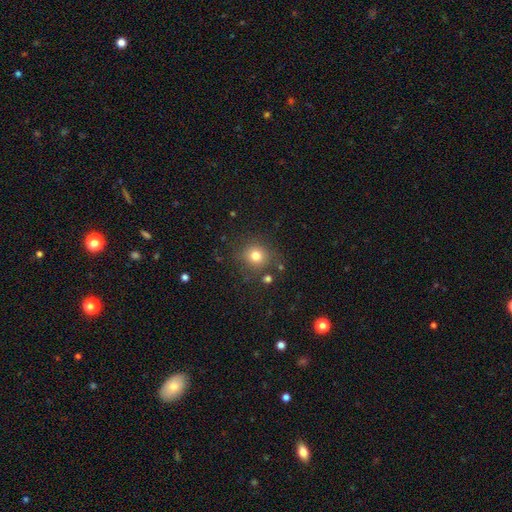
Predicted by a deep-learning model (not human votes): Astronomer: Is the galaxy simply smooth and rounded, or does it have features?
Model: smooth — 78%.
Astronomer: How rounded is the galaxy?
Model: round — 88%.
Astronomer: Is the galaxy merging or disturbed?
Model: none — 82%.